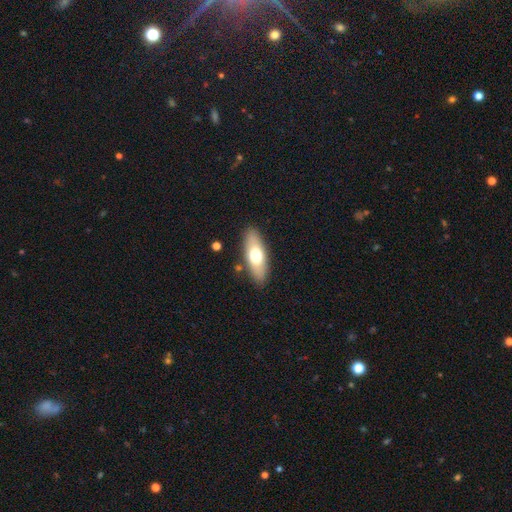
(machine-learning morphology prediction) Smooth or featured?
  - smooth: 64% *
  - featured or disk: 30%
  - star or artifact: 6%
How rounded?
  - in between: 69% *
  - cigar-shaped: 28%
  - round: 3%
Merging?
  - none: 86% *
  - minor disturbance: 9%
  - major disturbance: 2%
  - merger: 2%